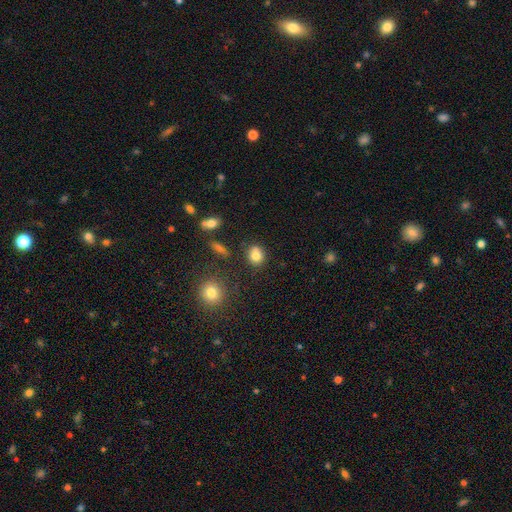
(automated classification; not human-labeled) Q: Smooth or featured?
A: smooth (82%); runner-up: star or artifact (11%)
Q: How rounded?
A: round (68%); runner-up: in between (31%)
Q: Merging?
A: none (78%); runner-up: minor disturbance (13%)